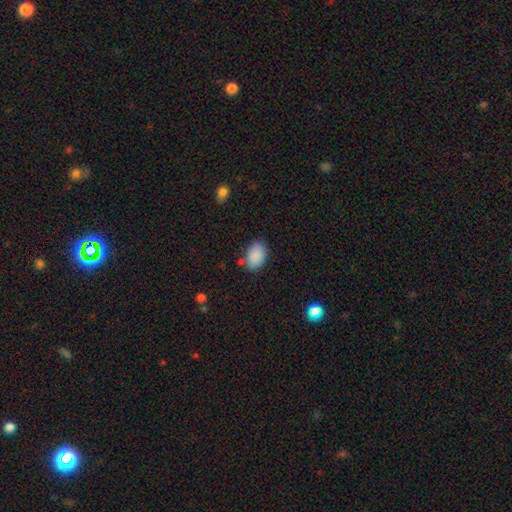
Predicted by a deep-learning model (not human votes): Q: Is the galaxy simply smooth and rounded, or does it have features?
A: smooth — 89%.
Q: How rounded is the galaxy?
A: in between — 86%.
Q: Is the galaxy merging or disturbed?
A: none — 78%.